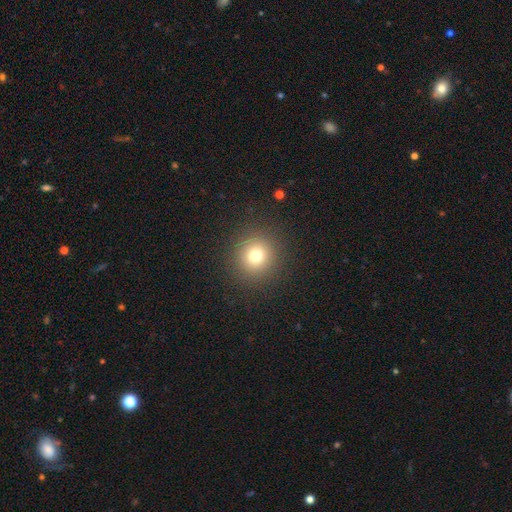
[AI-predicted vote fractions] This is likely a smooth galaxy (74%). How rounded: clearly round (94%). Merging: clearly none (90%).